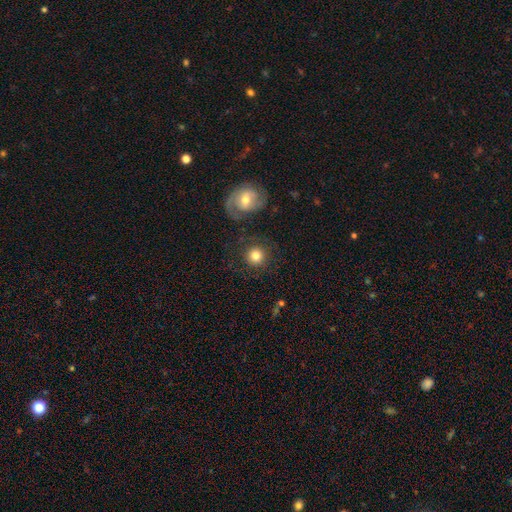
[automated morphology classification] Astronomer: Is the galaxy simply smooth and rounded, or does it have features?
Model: smooth — 78%.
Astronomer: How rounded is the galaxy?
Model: round — 93%.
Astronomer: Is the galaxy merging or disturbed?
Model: none — 81%.